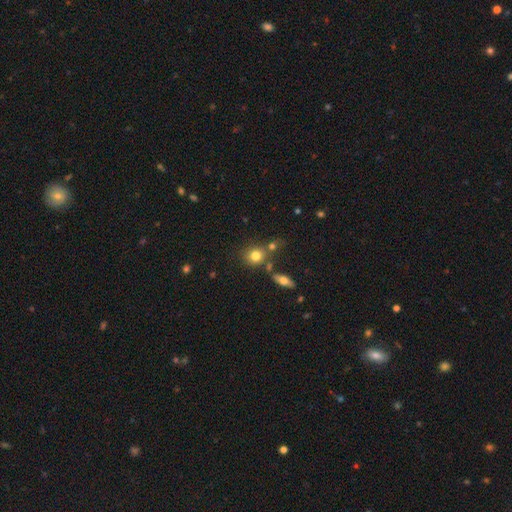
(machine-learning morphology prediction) This appears to be a smooth galaxy with no disk features (79%) that is round (72%). Merging: none (63%).